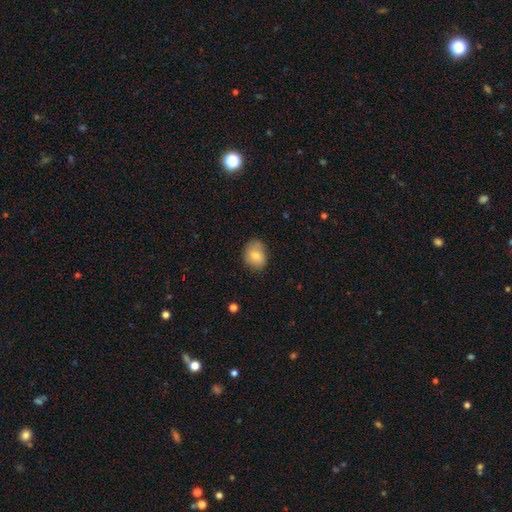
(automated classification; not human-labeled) Smooth or featured?
  - smooth: 80% *
  - featured or disk: 12%
  - star or artifact: 8%
How rounded?
  - in between: 54% *
  - round: 45%
  - cigar-shaped: 1%
Merging?
  - none: 66% *
  - minor disturbance: 27%
  - major disturbance: 6%
  - merger: 1%